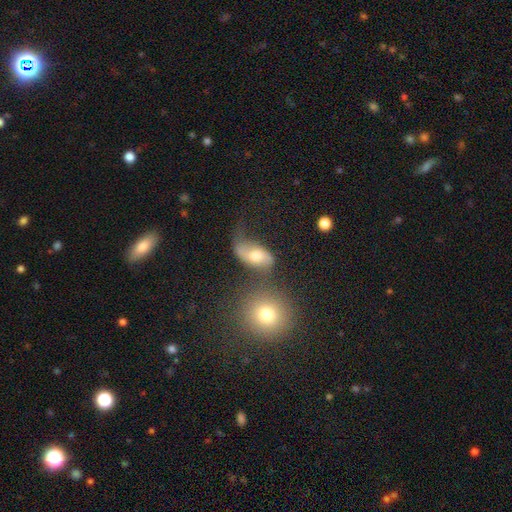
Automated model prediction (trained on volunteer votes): smooth-or-featured: featured or disk: 49% | smooth: 39% | star or artifact: 12%
  merging: none: 40% | major disturbance: 21% | minor disturbance: 21% | merger: 18%